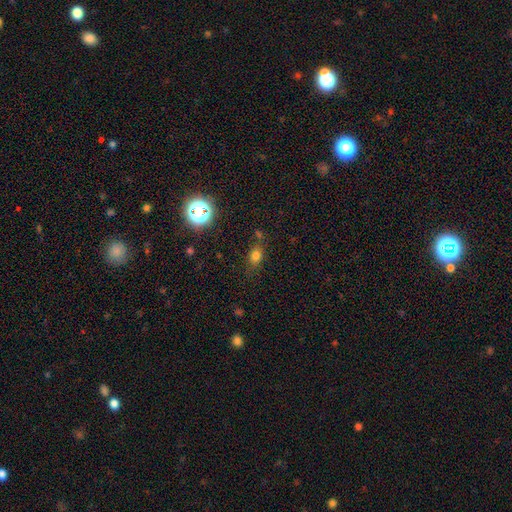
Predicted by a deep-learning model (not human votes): smooth_or_featured: smooth (p=0.73) [alt: star or artifact p=0.19]
how_rounded: in between (p=0.66) [alt: round p=0.31]
merging: none (p=0.69) [alt: minor disturbance p=0.18]